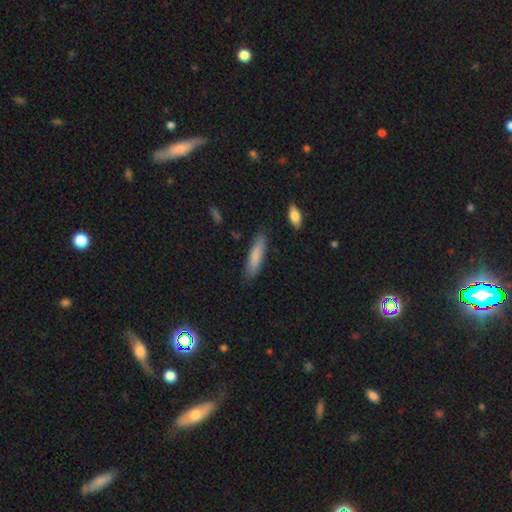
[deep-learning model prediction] Q: Smooth or featured?
A: smooth (83%); runner-up: featured or disk (11%)
Q: How rounded?
A: cigar-shaped (75%); runner-up: in between (24%)
Q: Merging?
A: none (83%); runner-up: minor disturbance (13%)